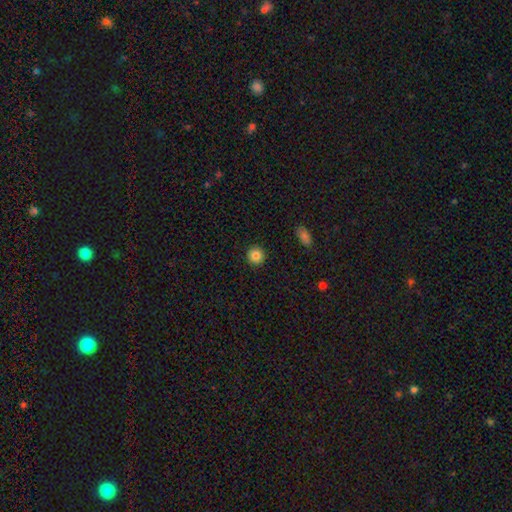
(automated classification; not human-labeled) Smooth or featured? smooth (85%)
How rounded? round (93%)
Merging? none (93%)